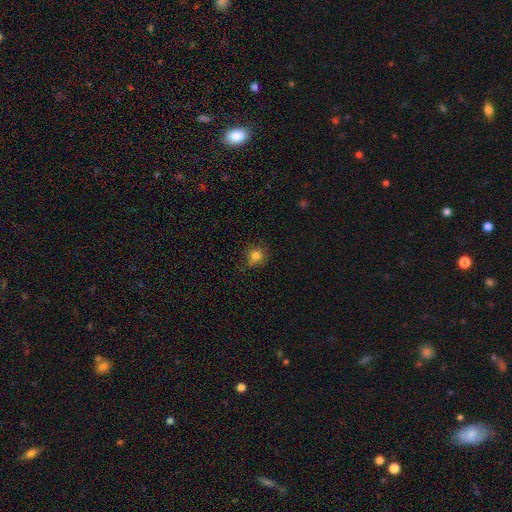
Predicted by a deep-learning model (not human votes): Morphology: type=smooth (80%); roundness=round (89%); merging=none (71%).